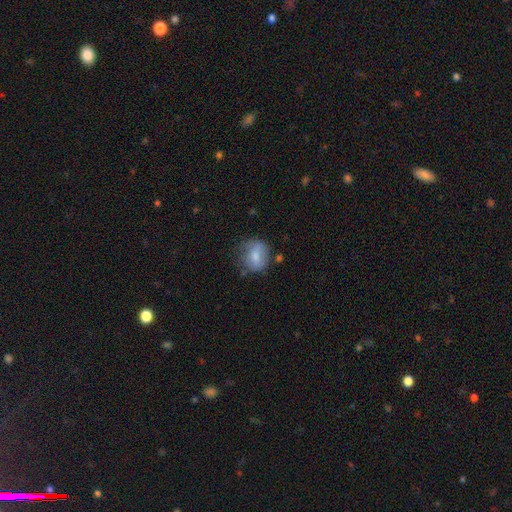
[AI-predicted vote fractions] Smooth or featured? smooth (66%)
How rounded? round (60%)
Merging? none (52%)